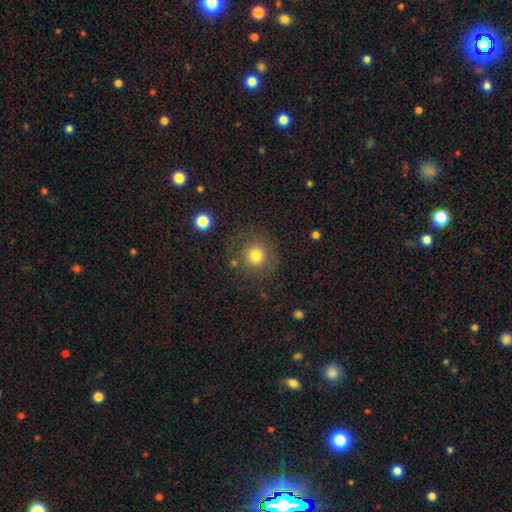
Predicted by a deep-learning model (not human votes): smooth-or-featured: smooth: 77% | star or artifact: 14% | featured or disk: 9%
  how-rounded: round: 91% | in between: 8% | cigar-shaped: 1%
  merging: none: 80% | minor disturbance: 11% | major disturbance: 5% | merger: 3%